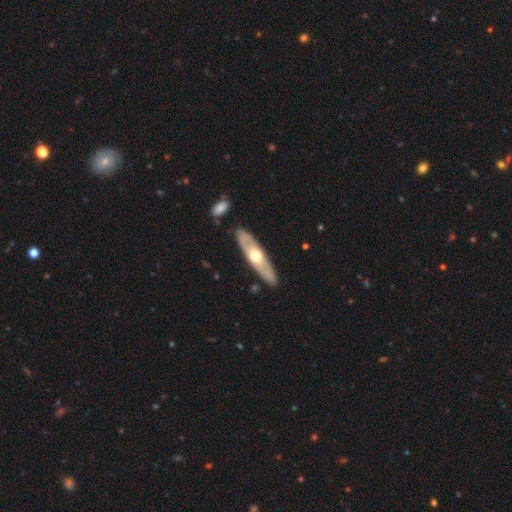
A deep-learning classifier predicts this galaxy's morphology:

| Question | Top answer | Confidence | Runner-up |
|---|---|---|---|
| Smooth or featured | featured or disk | 58% | smooth (38%) |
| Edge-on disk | yes | 52% | no (48%) |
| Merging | none | 87% | minor disturbance (9%) |